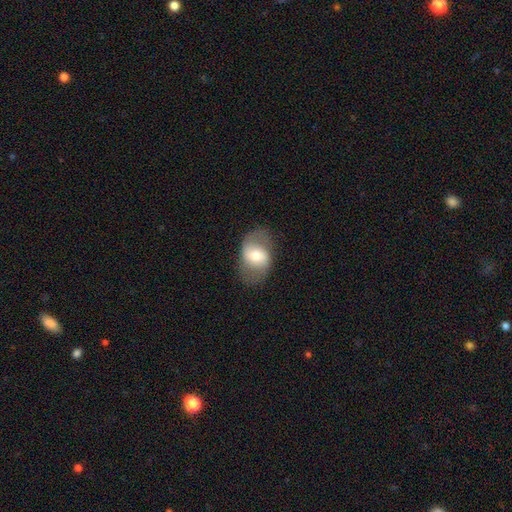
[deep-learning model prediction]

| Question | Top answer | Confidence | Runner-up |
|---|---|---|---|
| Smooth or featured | featured or disk | 48% | smooth (45%) |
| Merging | none | 73% | minor disturbance (16%) |